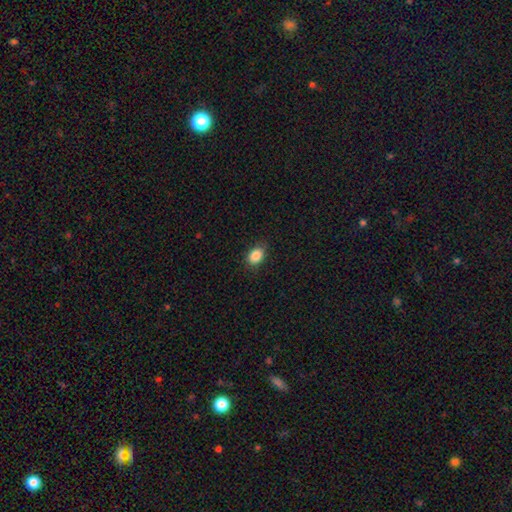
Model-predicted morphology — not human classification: Smooth or featured?
  - smooth: 87% *
  - star or artifact: 9%
  - featured or disk: 5%
How rounded?
  - in between: 75% *
  - round: 23%
  - cigar-shaped: 1%
Merging?
  - none: 83% *
  - minor disturbance: 13%
  - major disturbance: 3%
  - merger: 1%